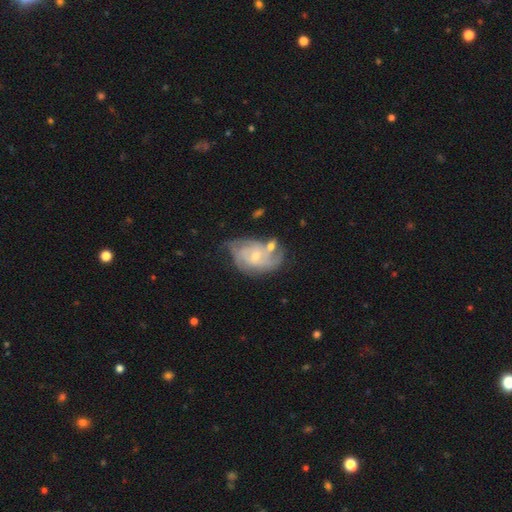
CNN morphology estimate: This appears to be a featured or disk galaxy (81%) with no bar (61%), tight (49%) spiral arms (91%) and a small central bulge (57%). Merging: none (43%).